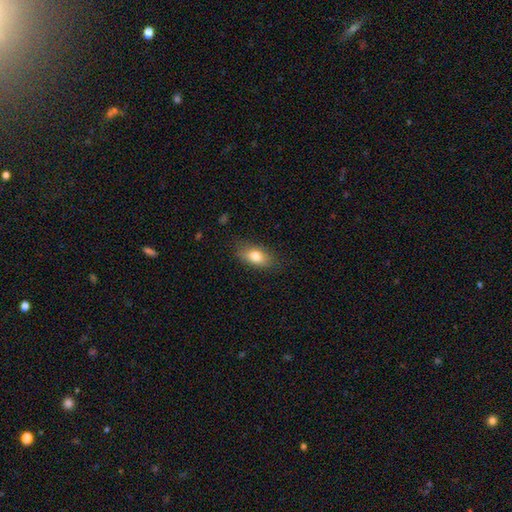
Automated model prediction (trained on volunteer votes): The model was most divided on "smooth or featured": smooth: 78%, featured or disk: 14%, star or artifact: 8%. More confident: how rounded — in between (84%); merging — none (81%).